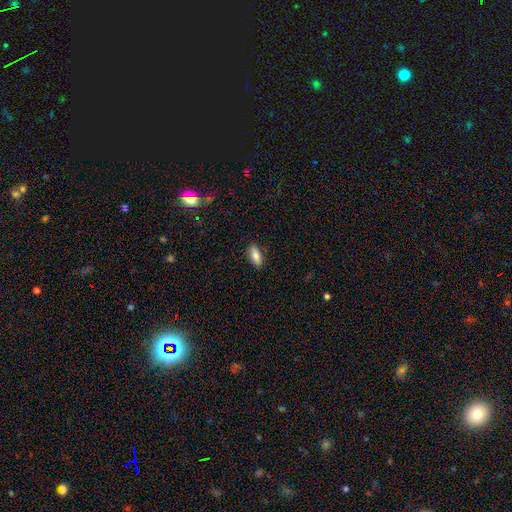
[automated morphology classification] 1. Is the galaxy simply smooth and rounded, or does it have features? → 82% smooth, 11% featured or disk, 7% star or artifact.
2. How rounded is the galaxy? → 82% in between, 16% cigar-shaped, 2% round.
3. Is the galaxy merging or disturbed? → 87% none, 10% minor disturbance, 2% major disturbance, 1% merger.